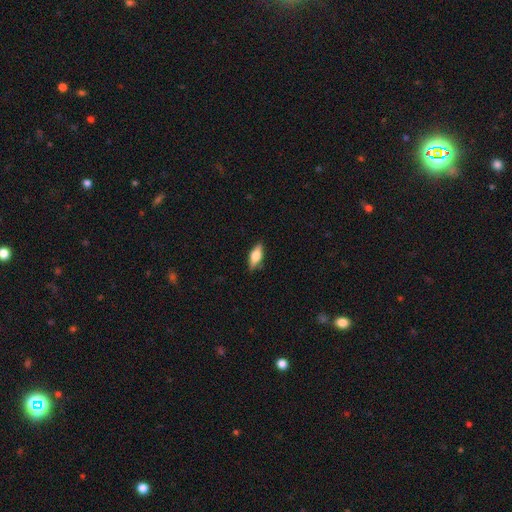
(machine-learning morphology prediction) smooth_or_featured: smooth (p=0.56) [alt: featured or disk p=0.37]
how_rounded: in between (p=0.70) [alt: cigar-shaped p=0.27]
merging: none (p=0.84) [alt: minor disturbance p=0.12]